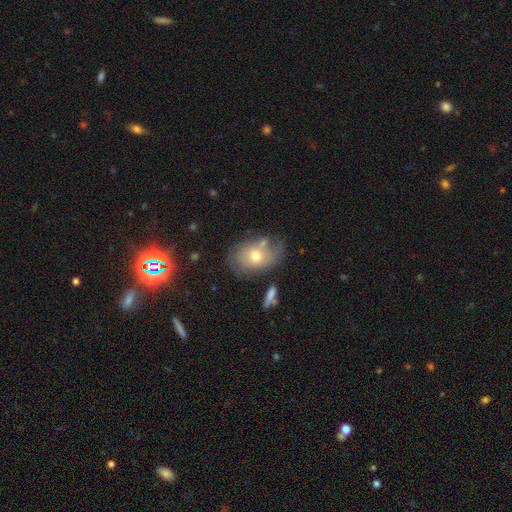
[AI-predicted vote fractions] The model was most divided on "smooth or featured": smooth: 55%, featured or disk: 34%, star or artifact: 11%. More confident: how rounded — in between (77%); merging — none (56%).